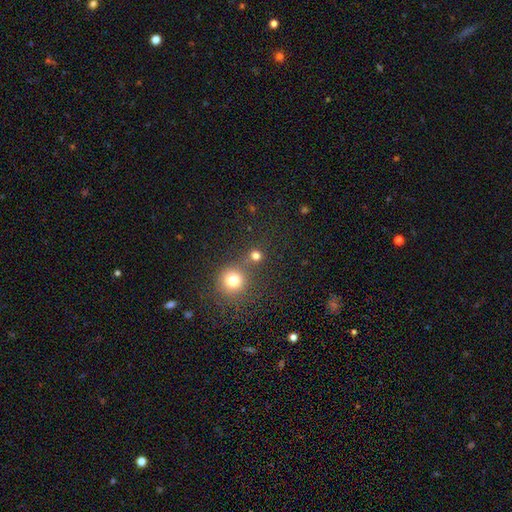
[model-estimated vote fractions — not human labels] This is likely a smooth galaxy (76%). How rounded: clearly round (91%). Merging: likely none (69%).